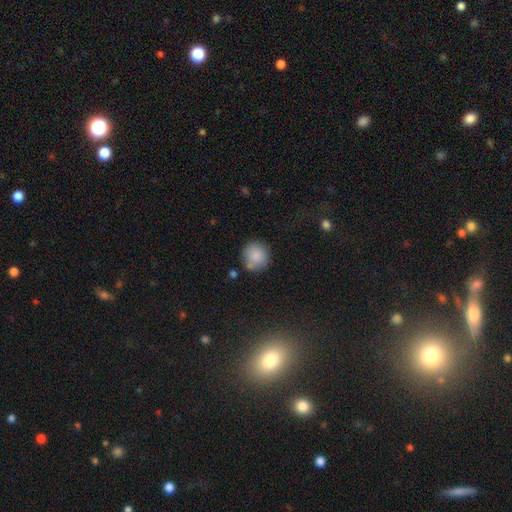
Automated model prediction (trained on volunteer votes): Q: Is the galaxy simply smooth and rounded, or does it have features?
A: smooth — 85%.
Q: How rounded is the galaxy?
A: round — 91%.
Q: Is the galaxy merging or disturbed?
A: none — 73%.